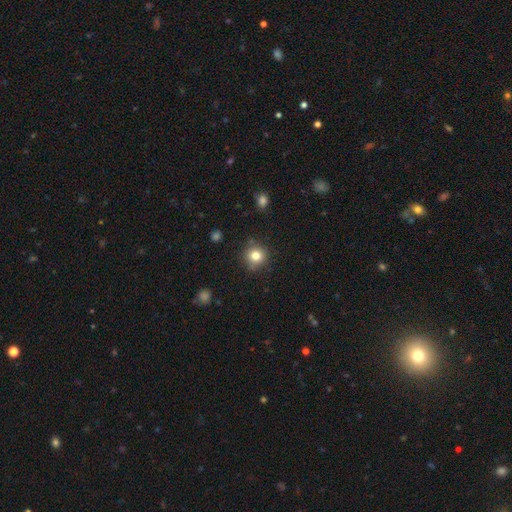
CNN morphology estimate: smooth 81%, star or artifact 12%, featured or disk 7%. Down the decision tree: how rounded — round (91%); merging — none (85%).